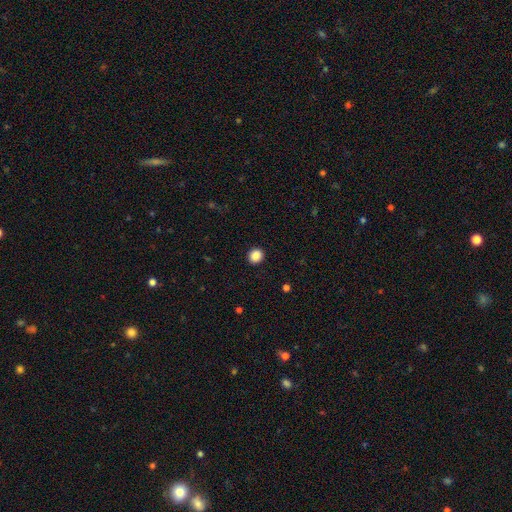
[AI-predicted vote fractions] Smooth or featured: smooth — 87% (star or artifact — 10%)
How rounded: round — 84% (in between — 16%)
Merging: none — 92% (minor disturbance — 5%)